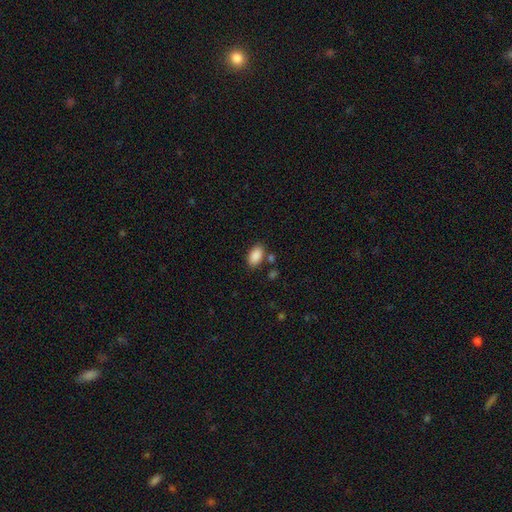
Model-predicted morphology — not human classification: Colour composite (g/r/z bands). It shows a smooth galaxy with no disk features (89%) that is in between round and cigar-shaped (93%). Merging: none (77%).